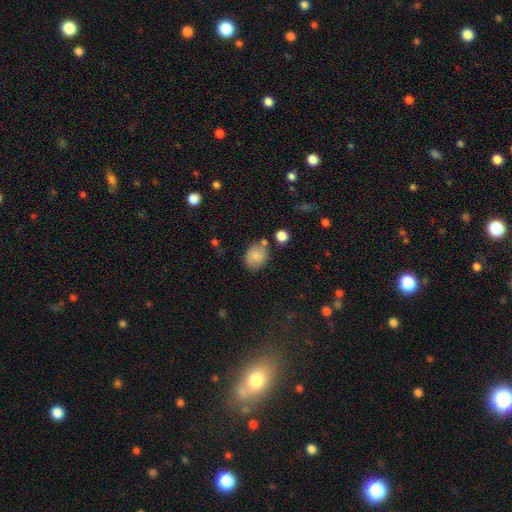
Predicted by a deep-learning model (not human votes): A smooth galaxy with no disk features (82%) that is round (54%).

Vote fractions:
- Smooth or featured? smooth: 82% / star or artifact: 9% / featured or disk: 9%
- How rounded? round: 54% / in between: 45% / cigar-shaped: 1%
- Merging? none: 72% / minor disturbance: 15% / merger: 9% / major disturbance: 4%